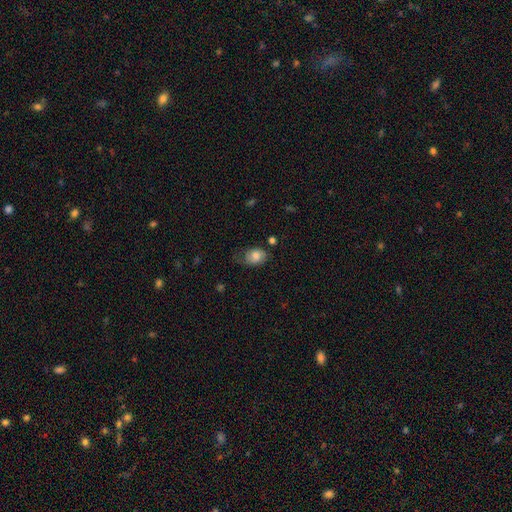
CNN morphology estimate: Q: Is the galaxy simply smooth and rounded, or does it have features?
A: smooth — 73%.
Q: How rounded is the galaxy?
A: in between — 72%.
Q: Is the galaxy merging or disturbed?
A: none — 53%.